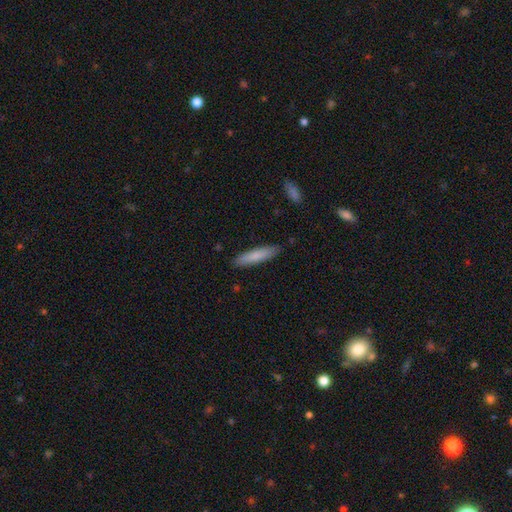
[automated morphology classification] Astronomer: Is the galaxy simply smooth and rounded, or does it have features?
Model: smooth — 79%.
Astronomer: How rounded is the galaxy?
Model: cigar-shaped — 84%.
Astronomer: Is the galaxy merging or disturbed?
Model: none — 88%.